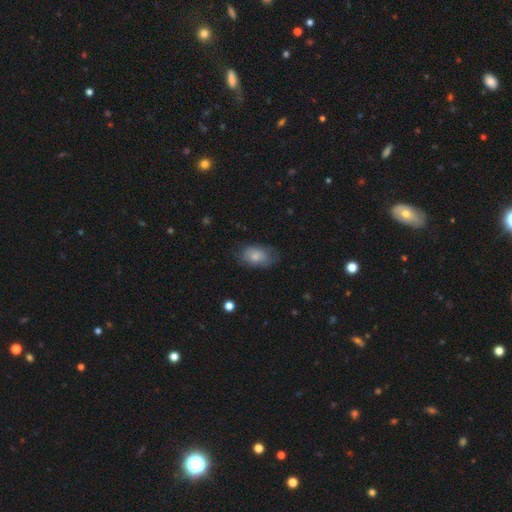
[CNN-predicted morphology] smooth 79%, featured or disk 14%, star or artifact 7%. Down the decision tree: how rounded — in between (89%); merging — none (65%).